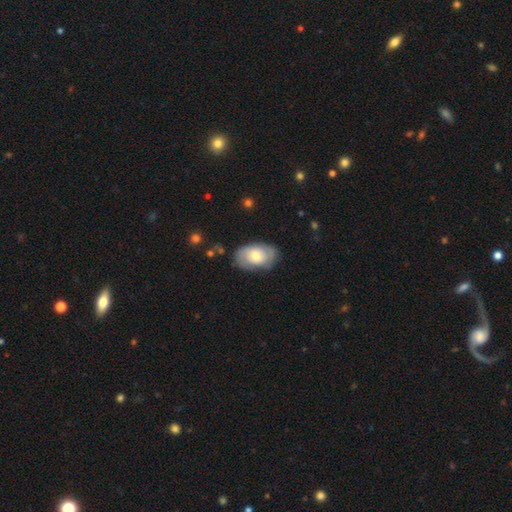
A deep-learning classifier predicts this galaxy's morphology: A featured or disk galaxy (47%, tied with smooth).

Vote fractions:
- Smooth or featured? featured or disk: 47% (tied) / smooth: 47% (tied) / star or artifact: 6%
- Merging? none: 75% / minor disturbance: 18% / major disturbance: 6% / merger: 2%